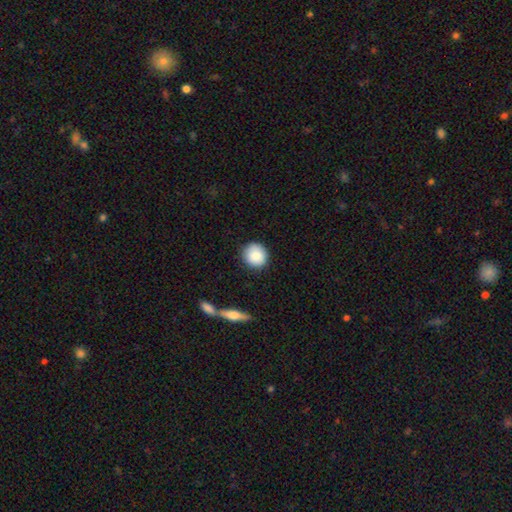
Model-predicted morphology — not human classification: This is clearly a smooth galaxy (86%). How rounded: clearly round (91%). Merging: clearly none (86%).